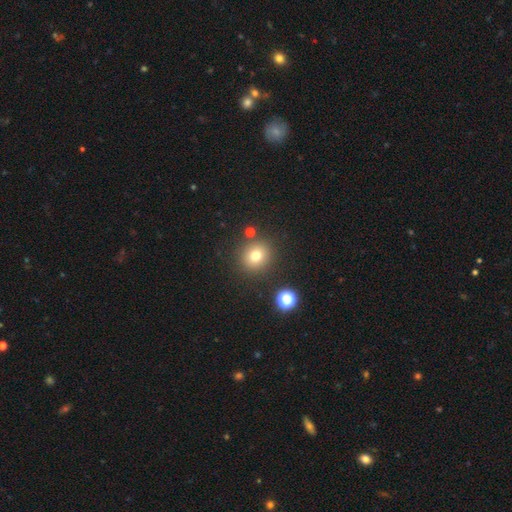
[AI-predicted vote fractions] Smooth or featured? Predicted: smooth (p=0.75). How rounded? Predicted: round (p=0.90). Merging? Predicted: none (p=0.85).